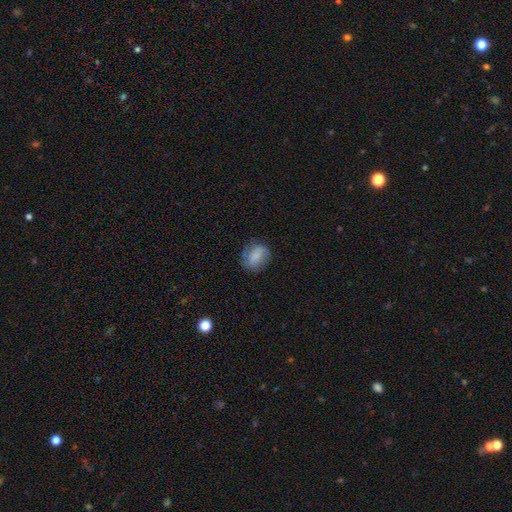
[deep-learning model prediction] The model was most divided on "how rounded": in between: 66%, round: 33%, cigar-shaped: 2%. More confident: smooth or featured — smooth (76%); merging — none (66%).